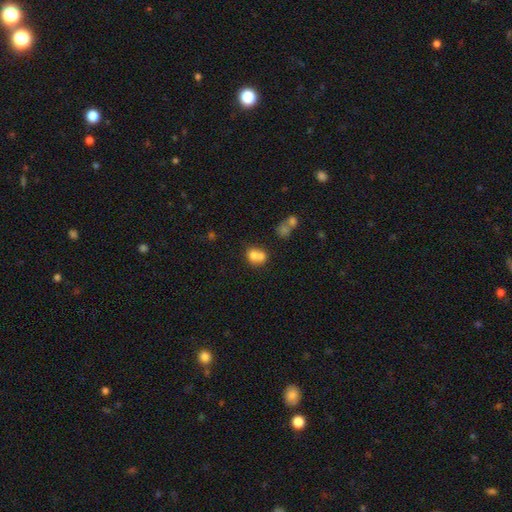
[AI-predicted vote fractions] Smooth or featured? Predicted: smooth (p=0.70). How rounded? Predicted: round (p=0.60). Merging? Predicted: merger (p=0.58).